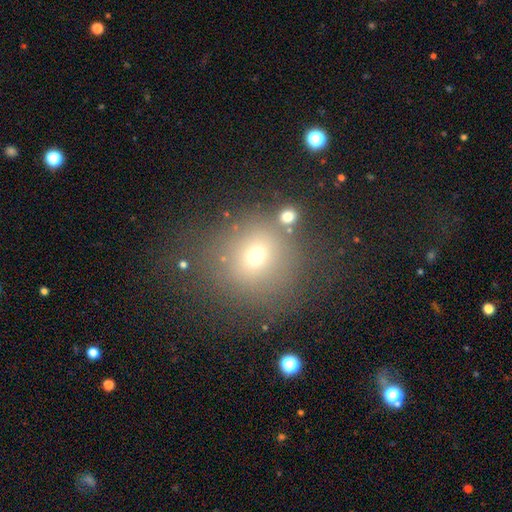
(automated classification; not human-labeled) This appears to be a smooth galaxy with no disk features (65%) that is round (86%). Merging: none (71%).